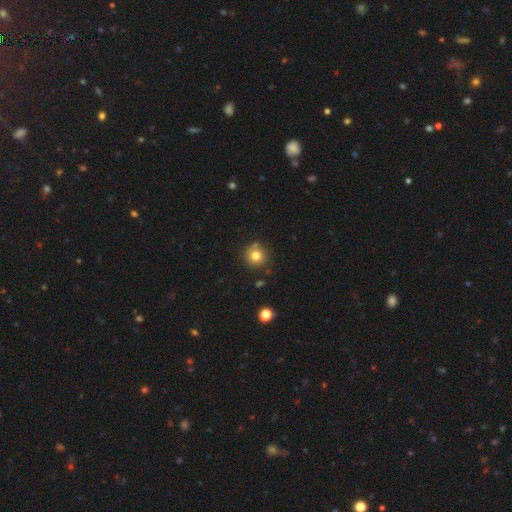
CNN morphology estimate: Smooth or featured: smooth — 80% (star or artifact — 12%)
How rounded: round — 92% (in between — 7%)
Merging: none — 80% (minor disturbance — 10%)